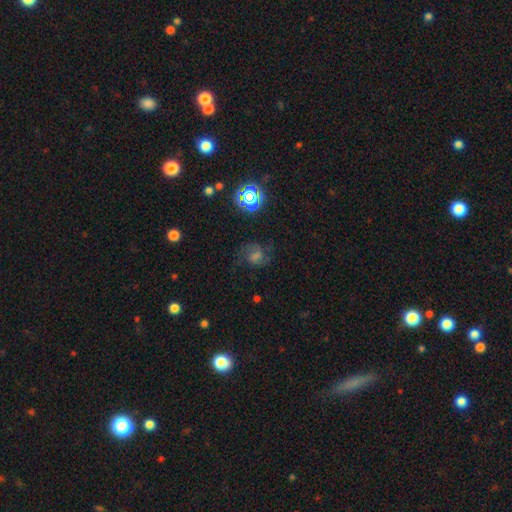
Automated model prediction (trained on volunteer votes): Smooth or featured? featured or disk (51%)
Edge-on disk? no (97%)
Merging? none (69%)